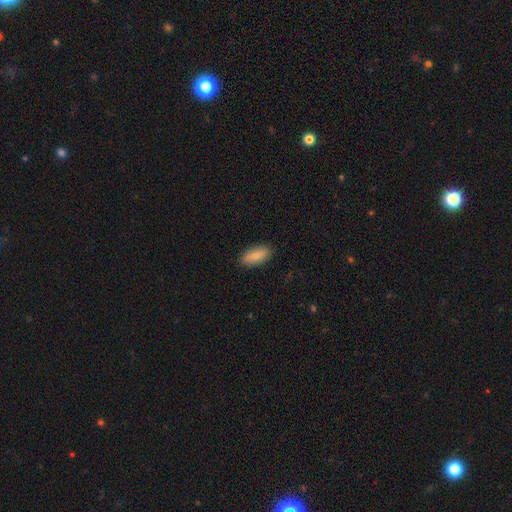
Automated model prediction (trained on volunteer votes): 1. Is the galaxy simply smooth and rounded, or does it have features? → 78% smooth, 15% featured or disk, 6% star or artifact.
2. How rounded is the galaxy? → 87% in between, 10% cigar-shaped, 3% round.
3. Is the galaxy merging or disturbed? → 88% none, 9% minor disturbance, 2% major disturbance, 1% merger.